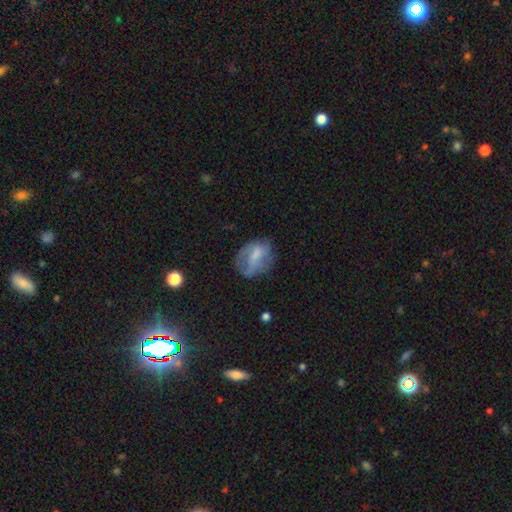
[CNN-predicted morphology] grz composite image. It shows a smooth galaxy with no disk features (47%). Merging: none (50%).